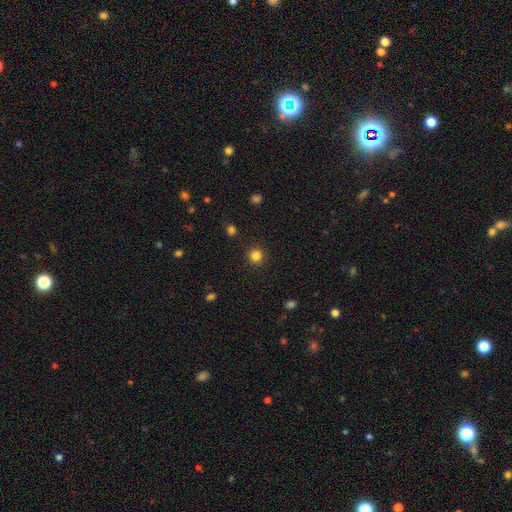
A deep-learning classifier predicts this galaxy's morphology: The model was most divided on "smooth or featured": smooth: 83%, star or artifact: 13%, featured or disk: 4%. More confident: how rounded — round (94%); merging — none (91%).